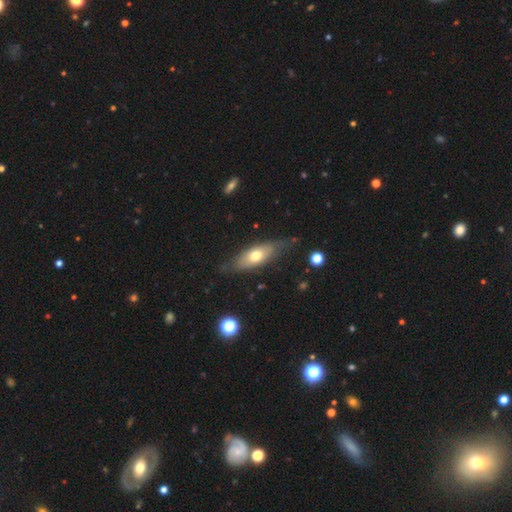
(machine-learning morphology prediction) type=smooth (59%); roundness=in between (66%); merging=none (69%).